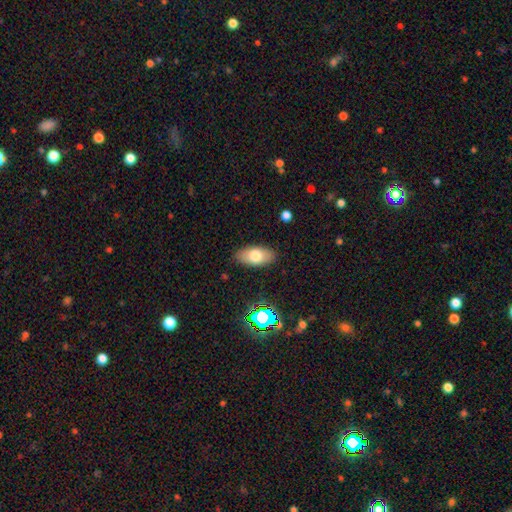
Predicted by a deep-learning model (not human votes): Overall: smooth (75%). How rounded: in between (91%). Merging: none (86%).